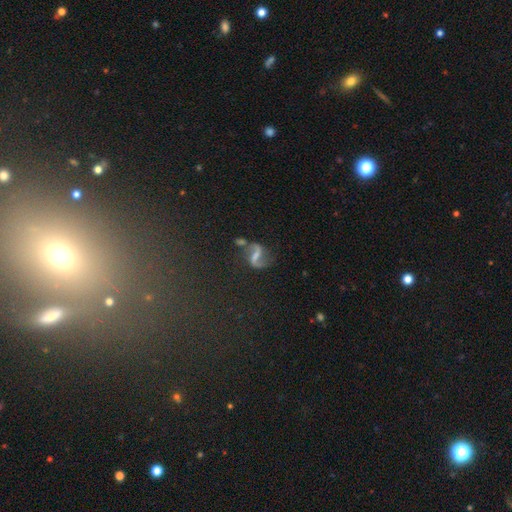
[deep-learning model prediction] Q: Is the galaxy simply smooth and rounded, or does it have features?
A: featured or disk — 80%.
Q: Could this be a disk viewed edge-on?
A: no — 97%.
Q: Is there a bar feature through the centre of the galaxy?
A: strong — 47%.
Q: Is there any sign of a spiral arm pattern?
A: yes — 93%.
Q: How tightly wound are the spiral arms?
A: loose — 70%.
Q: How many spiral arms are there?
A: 2 — 91%.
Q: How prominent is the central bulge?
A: none — 40%.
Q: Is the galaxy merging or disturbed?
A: none — 65%.